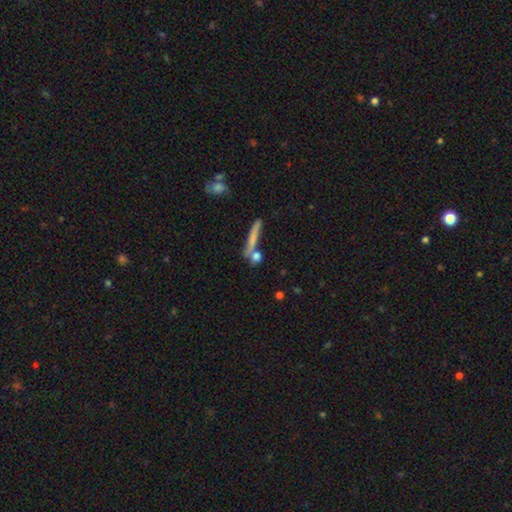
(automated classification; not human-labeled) This appears to be a smooth galaxy with no disk features (68%) that is cigar-shaped (43%). Merging: none (63%).